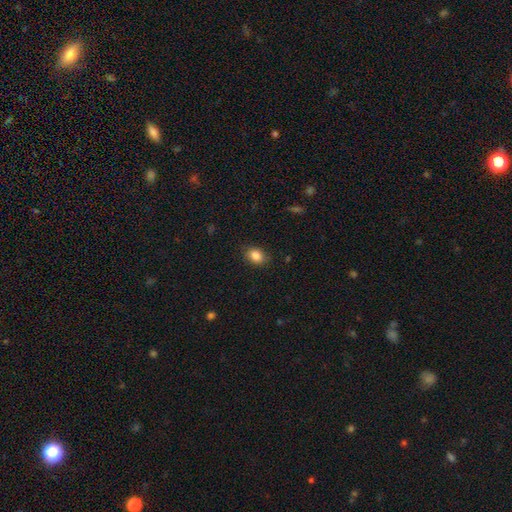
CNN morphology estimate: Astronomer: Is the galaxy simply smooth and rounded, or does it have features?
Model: smooth — 85%.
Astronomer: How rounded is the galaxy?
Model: in between — 67%.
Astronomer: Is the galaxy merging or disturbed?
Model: none — 84%.